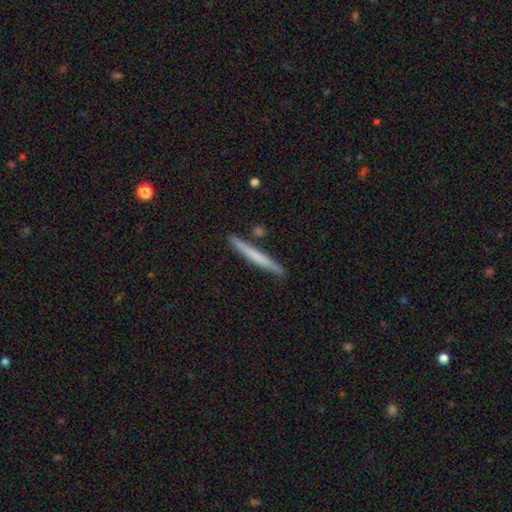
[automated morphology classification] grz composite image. It shows a smooth galaxy with no disk features (59%) that is cigar-shaped (97%). Merging: none (86%).